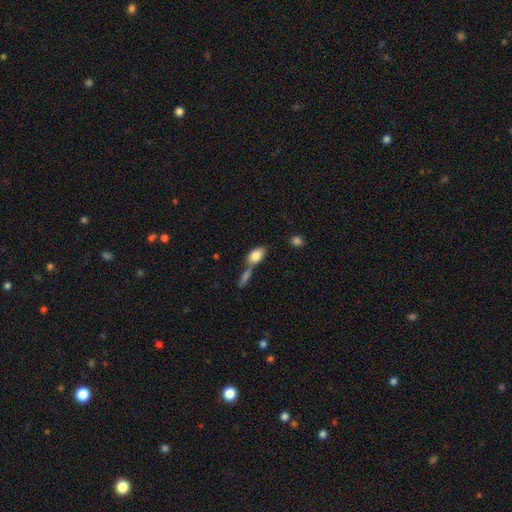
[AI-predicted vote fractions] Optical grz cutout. It shows a smooth galaxy with no disk features (81%) that is in between round and cigar-shaped (86%). Merging: merger (43%).